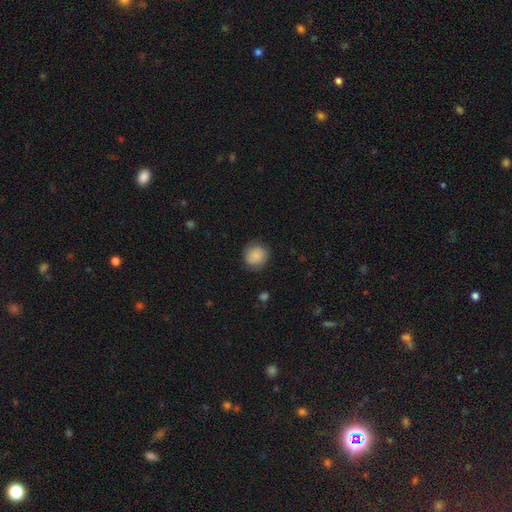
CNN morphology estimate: Smooth or featured: smooth — 85% (star or artifact — 8%)
How rounded: round — 87% (in between — 12%)
Merging: none — 83% (minor disturbance — 12%)